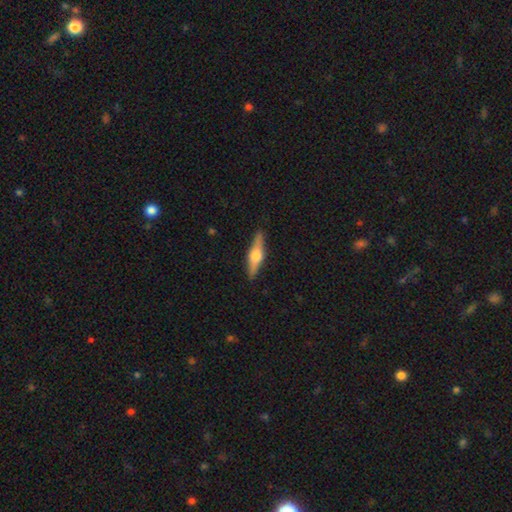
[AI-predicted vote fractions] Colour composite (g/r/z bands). It shows a featured or disk galaxy (66%) viewed edge-on (97%) with a rounded central bulge (94%). Merging: none (90%).